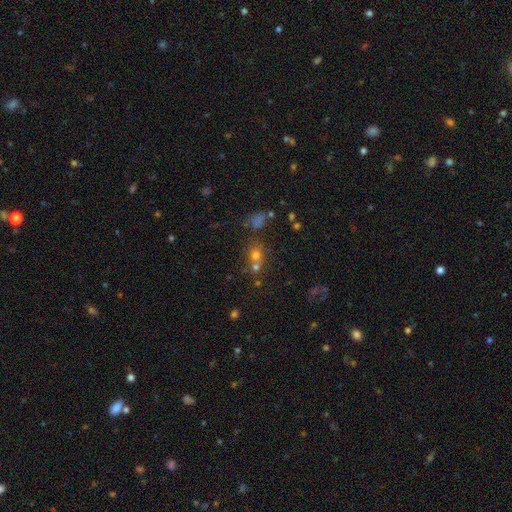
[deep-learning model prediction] Smooth or featured? smooth (65%)
How rounded? round (72%)
Merging? none (45%)